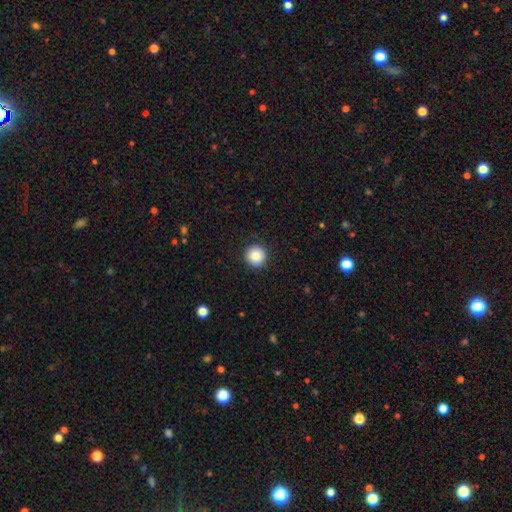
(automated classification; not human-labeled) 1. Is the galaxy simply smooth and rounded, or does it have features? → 86% smooth, 9% star or artifact, 5% featured or disk.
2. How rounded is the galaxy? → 95% round, 4% in between, 1% cigar-shaped.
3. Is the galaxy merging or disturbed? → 91% none, 6% minor disturbance, 2% major disturbance, 1% merger.